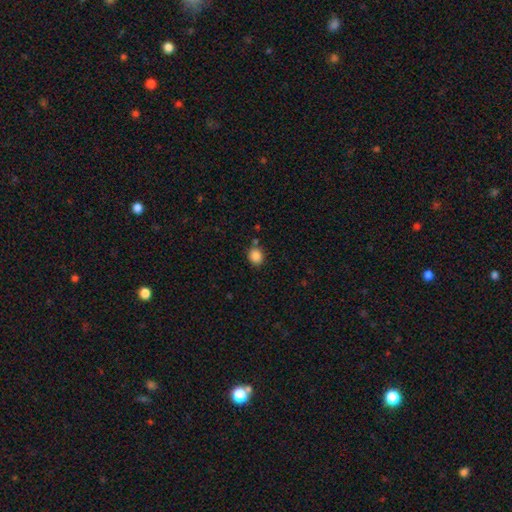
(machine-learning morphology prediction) A smooth galaxy with no disk features (87%) that is round (69%).

Vote fractions:
- Smooth or featured? smooth: 87% / star or artifact: 10% / featured or disk: 3%
- How rounded? round: 69% / in between: 30% / cigar-shaped: 1%
- Merging? none: 79% / minor disturbance: 12% / merger: 6% / major disturbance: 3%